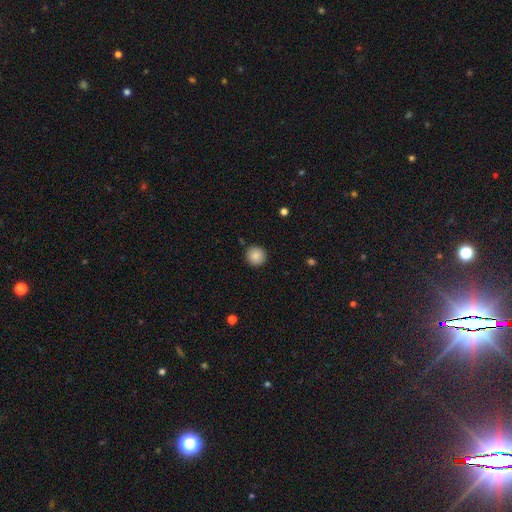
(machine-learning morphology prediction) Smooth or featured?
  - smooth: 87% *
  - star or artifact: 8%
  - featured or disk: 4%
How rounded?
  - round: 95% *
  - in between: 4%
  - cigar-shaped: 1%
Merging?
  - none: 90% *
  - minor disturbance: 6%
  - major disturbance: 2%
  - merger: 1%